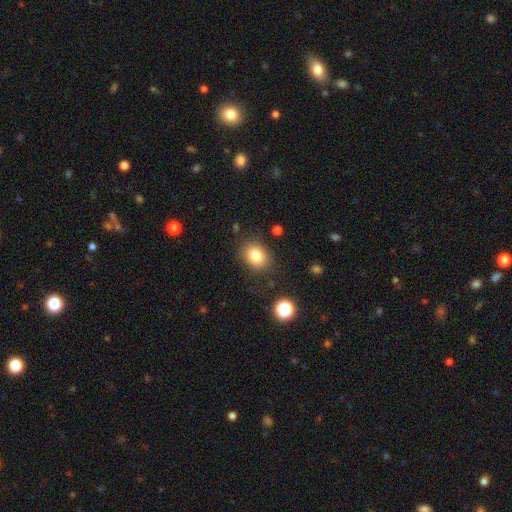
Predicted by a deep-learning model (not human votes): This appears to be a smooth galaxy with no disk features (81%) that is in between round and cigar-shaped (50%). Merging: none (83%).